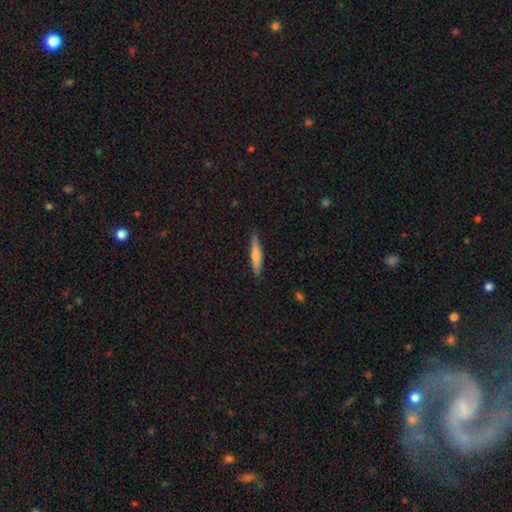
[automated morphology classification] type=smooth (71%); roundness=cigar-shaped (85%); merging=none (83%).